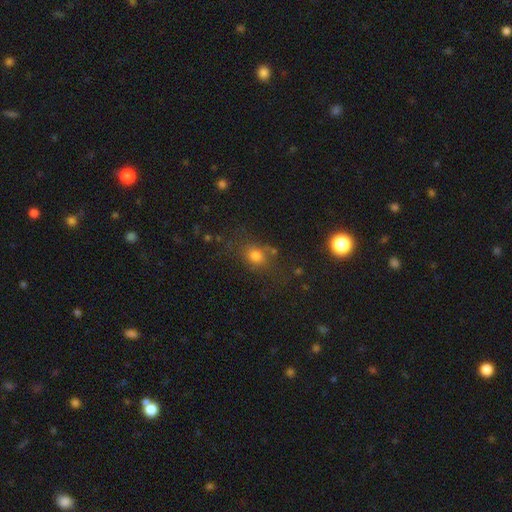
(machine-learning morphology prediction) smooth 72%, star or artifact 17%, featured or disk 11%. Down the decision tree: how rounded — round (57%); merging — none (64%).